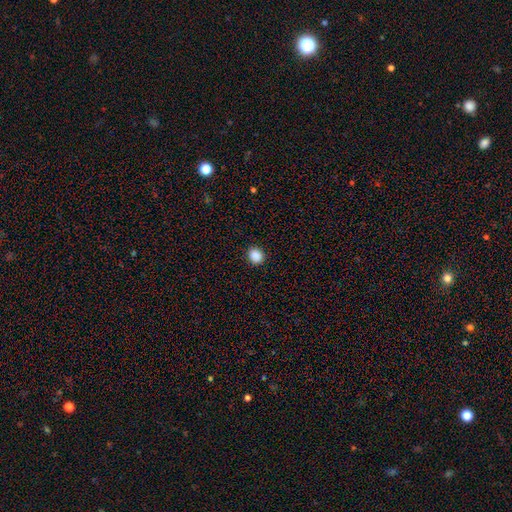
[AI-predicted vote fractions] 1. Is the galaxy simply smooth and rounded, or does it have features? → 88% smooth, 9% star or artifact, 2% featured or disk.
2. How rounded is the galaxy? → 79% round, 20% in between, 1% cigar-shaped.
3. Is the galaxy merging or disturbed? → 92% none, 6% minor disturbance, 2% major disturbance, 1% merger.